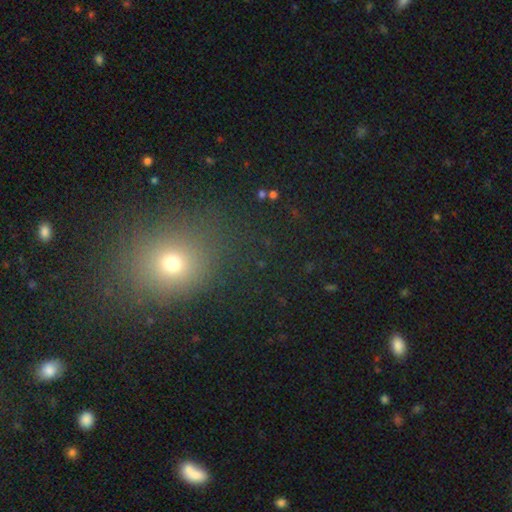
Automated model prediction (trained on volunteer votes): smooth_or_featured: smooth (p=0.58) [alt: star or artifact p=0.33]
how_rounded: round (p=0.63) [alt: in between p=0.35]
merging: none (p=0.83) [alt: minor disturbance p=0.10]